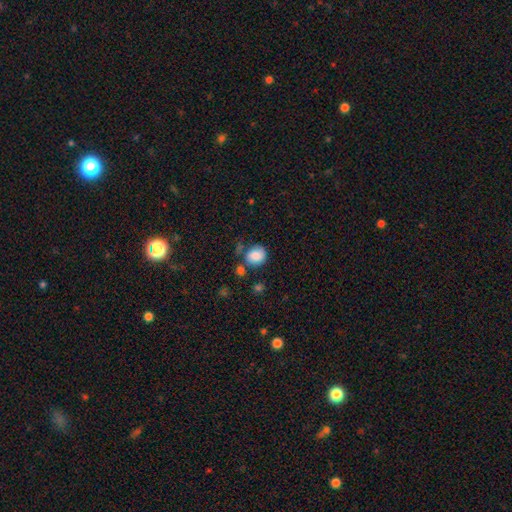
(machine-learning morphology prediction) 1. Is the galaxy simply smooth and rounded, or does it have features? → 84% smooth, 9% star or artifact, 7% featured or disk.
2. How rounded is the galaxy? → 71% round, 28% in between, 1% cigar-shaped.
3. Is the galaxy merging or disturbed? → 59% none, 21% minor disturbance, 12% merger, 8% major disturbance.